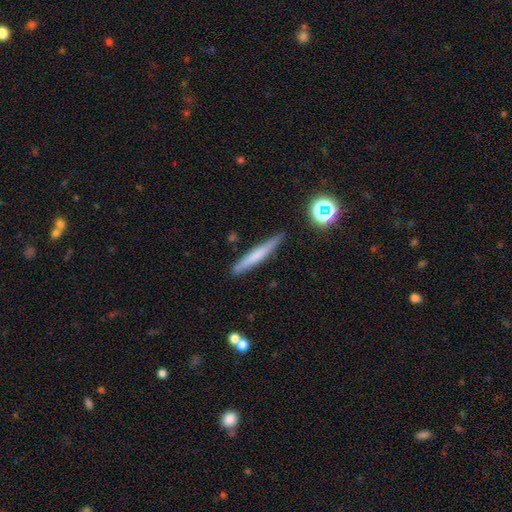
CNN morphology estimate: Smooth or featured: smooth — 60% (featured or disk — 32%)
How rounded: cigar-shaped — 95% (in between — 4%)
Merging: none — 85% (minor disturbance — 11%)